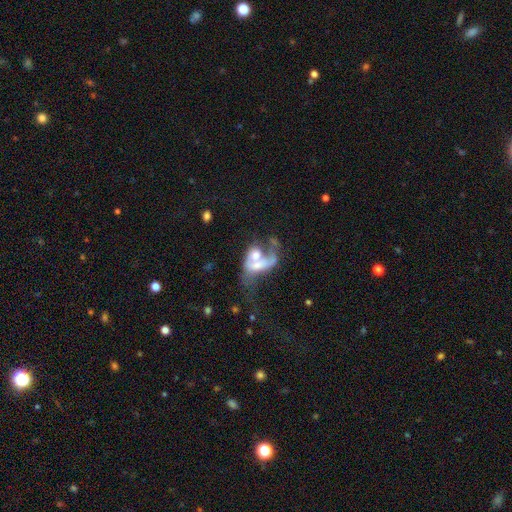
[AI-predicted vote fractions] Morphology: type=featured or disk (56%); edge-on=no (95%); bar=no (77%); spiral arms=no (60%); bulge=moderate (50%); merging=merger (59%).